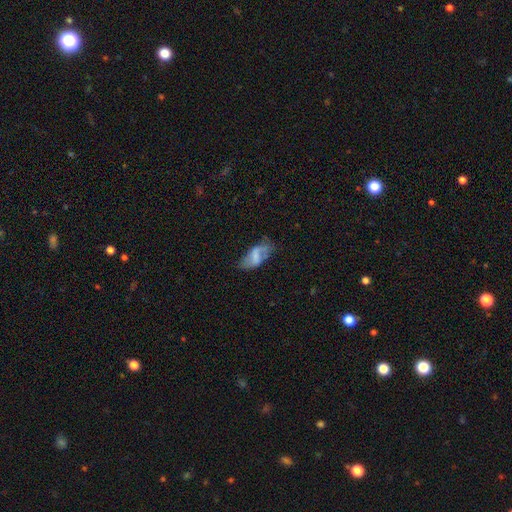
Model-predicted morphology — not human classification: Smooth or featured: smooth — 53% (featured or disk — 38%)
How rounded: in between — 89% (cigar-shaped — 8%)
Merging: none — 43% (minor disturbance — 32%)